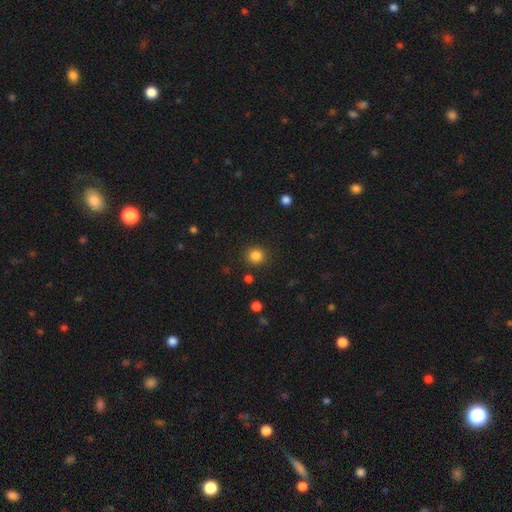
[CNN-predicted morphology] smooth_or_featured: smooth (p=0.84) [alt: star or artifact p=0.12]
how_rounded: round (p=0.91) [alt: in between p=0.08]
merging: none (p=0.89) [alt: minor disturbance p=0.07]